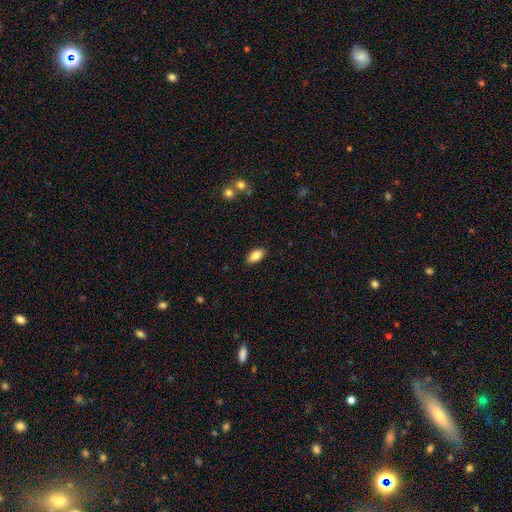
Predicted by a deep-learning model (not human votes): Smooth or featured: smooth — 86% (star or artifact — 7%)
How rounded: in between — 91% (cigar-shaped — 5%)
Merging: none — 87% (minor disturbance — 9%)